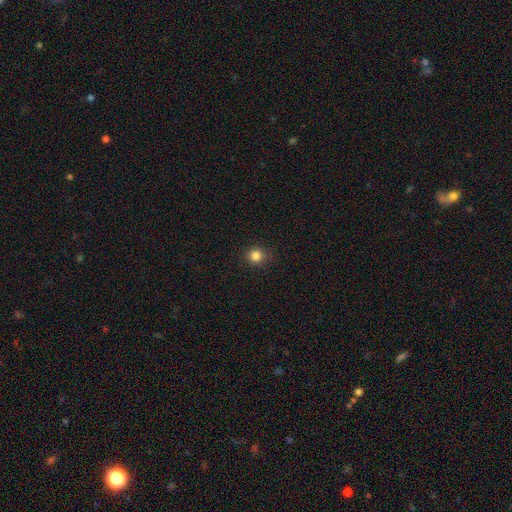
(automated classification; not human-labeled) This is clearly a smooth galaxy (83%). How rounded: clearly round (90%). Merging: clearly none (88%).